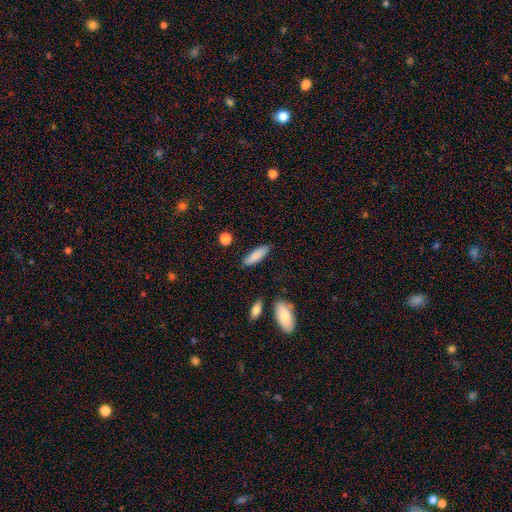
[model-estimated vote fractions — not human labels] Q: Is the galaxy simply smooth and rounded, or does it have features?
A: smooth — 86%.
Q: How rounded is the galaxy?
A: in between — 49%, tied with cigar-shaped.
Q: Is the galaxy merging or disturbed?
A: none — 84%.